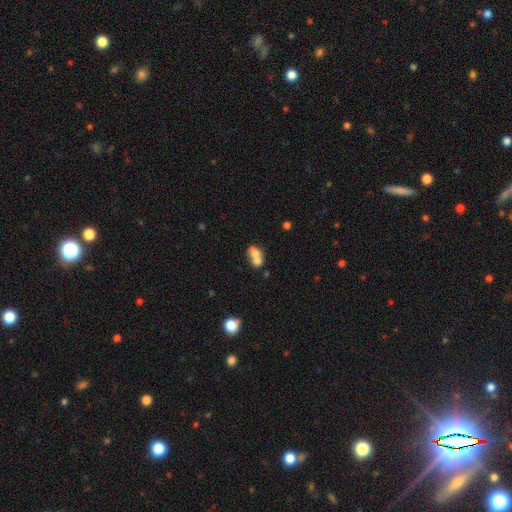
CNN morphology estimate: This is likely a smooth galaxy (65%). How rounded: possibly in between (56%). Merging: likely merger (68%).